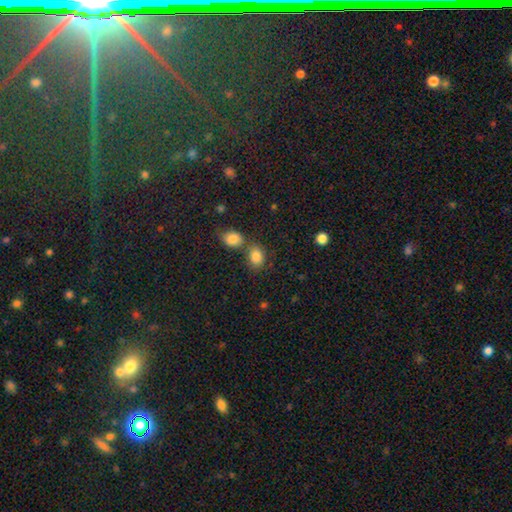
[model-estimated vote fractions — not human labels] A smooth galaxy with no disk features (84%) that is in between round and cigar-shaped (69%).

Vote fractions:
- Smooth or featured? smooth: 84% / star or artifact: 10% / featured or disk: 6%
- How rounded? in between: 69% / round: 29% / cigar-shaped: 1%
- Merging? none: 57% / merger: 28% / minor disturbance: 12% / major disturbance: 4%